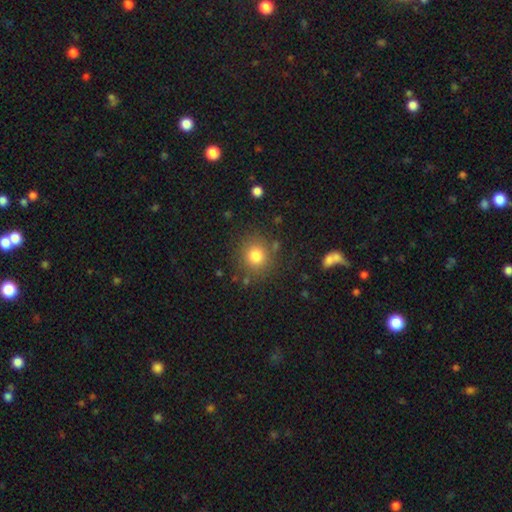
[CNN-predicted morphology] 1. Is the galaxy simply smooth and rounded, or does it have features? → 80% smooth, 12% star or artifact, 8% featured or disk.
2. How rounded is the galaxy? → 87% round, 12% in between, 1% cigar-shaped.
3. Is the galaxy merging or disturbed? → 83% none, 10% minor disturbance, 4% major disturbance, 3% merger.